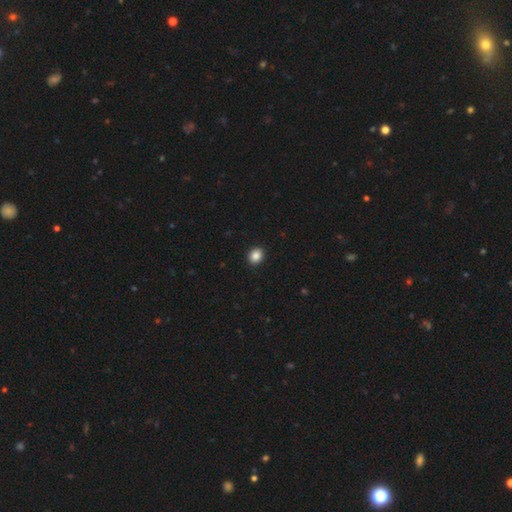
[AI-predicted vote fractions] Overall: smooth (87%). How rounded: round (67%; in between 32%). Merging: none (93%).